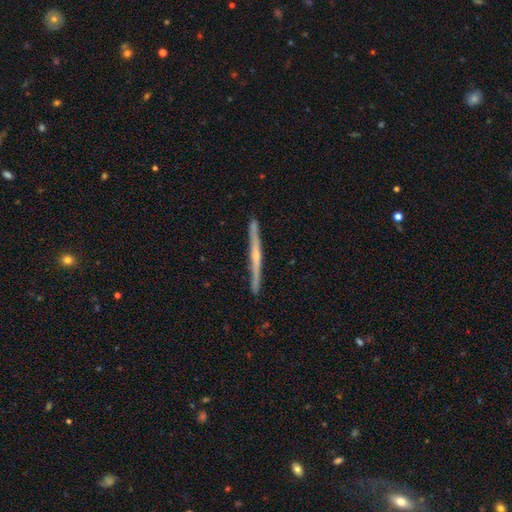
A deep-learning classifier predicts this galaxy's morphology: smooth-or-featured: featured or disk: 75% | smooth: 20% | star or artifact: 5%
  disk-edge-on: yes: 98% | no: 2%
    edge-on-bulge: rounded: 68% | none: 28% | boxy: 4%
  merging: none: 90% | minor disturbance: 7% | major disturbance: 1% | merger: 1%